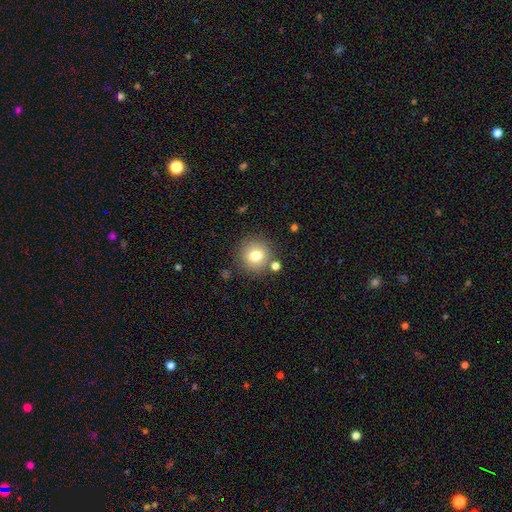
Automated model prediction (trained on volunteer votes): Smooth or featured?
  - smooth: 77% *
  - star or artifact: 12%
  - featured or disk: 11%
How rounded?
  - round: 93% *
  - in between: 6%
  - cigar-shaped: 1%
Merging?
  - none: 82% *
  - minor disturbance: 9%
  - merger: 6%
  - major disturbance: 3%